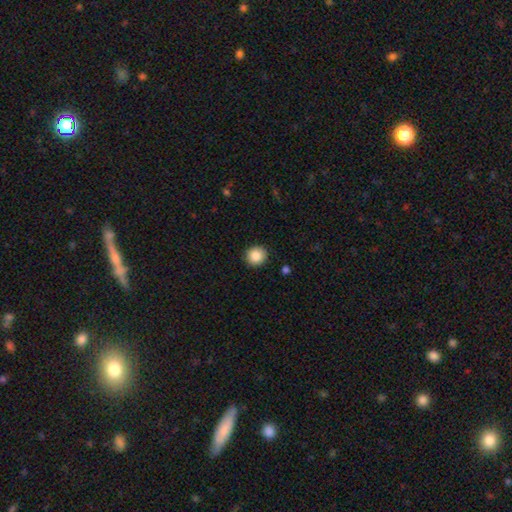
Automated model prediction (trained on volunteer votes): Smooth or featured: smooth — 87% (star or artifact — 9%)
How rounded: round — 90% (in between — 9%)
Merging: none — 91% (minor disturbance — 6%)